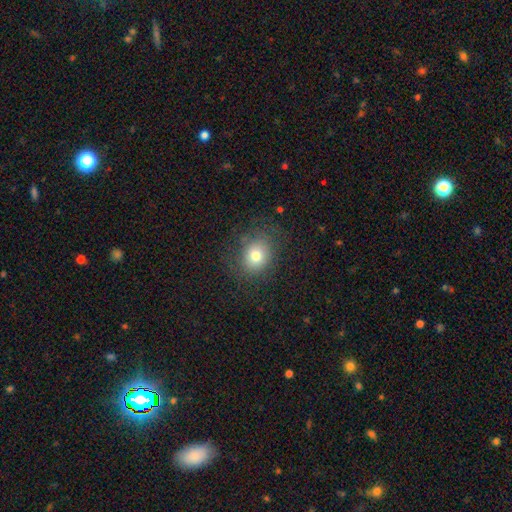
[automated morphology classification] A smooth galaxy with no disk features (75%) that is round (66%).

Vote fractions:
- Smooth or featured? smooth: 75% / star or artifact: 13% / featured or disk: 11%
- How rounded? round: 66% / in between: 33% / cigar-shaped: 1%
- Merging? none: 76% / minor disturbance: 14% / major disturbance: 8% / merger: 1%